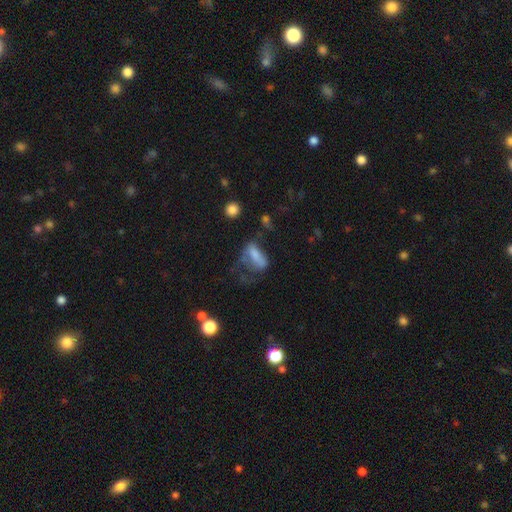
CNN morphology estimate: smooth_or_featured: smooth (p=0.58) [alt: featured or disk p=0.29]
how_rounded: in between (p=0.82) [alt: cigar-shaped p=0.10]
merging: major disturbance (p=0.54) [alt: none p=0.21]